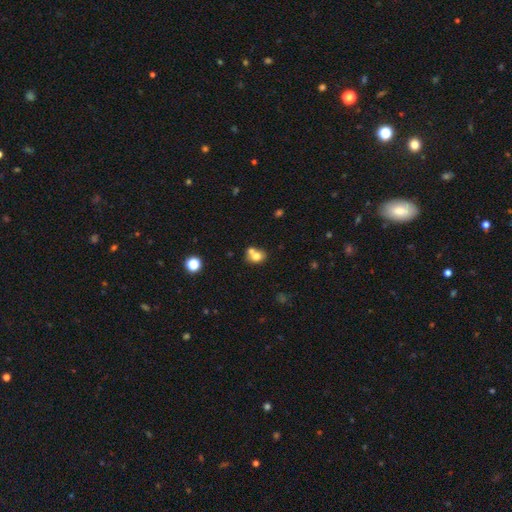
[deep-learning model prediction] smooth-or-featured: smooth: 74% | featured or disk: 15% | star or artifact: 11%
  how-rounded: round: 59% | in between: 40% | cigar-shaped: 1%
  merging: merger: 49% | none: 38% | minor disturbance: 9% | major disturbance: 4%